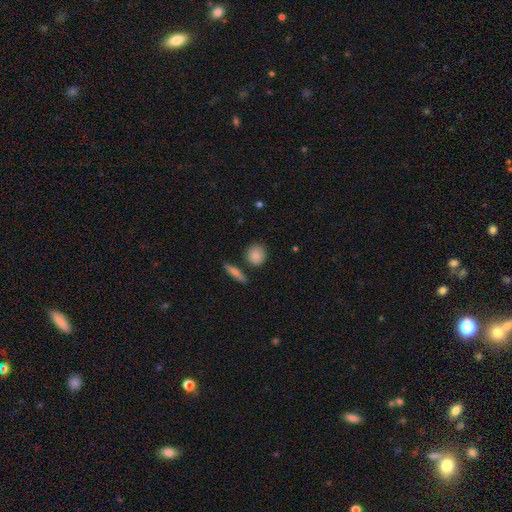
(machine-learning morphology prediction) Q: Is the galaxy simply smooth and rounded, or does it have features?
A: smooth — 84%.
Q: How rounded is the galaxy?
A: round — 81%.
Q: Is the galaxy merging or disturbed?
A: none — 81%.